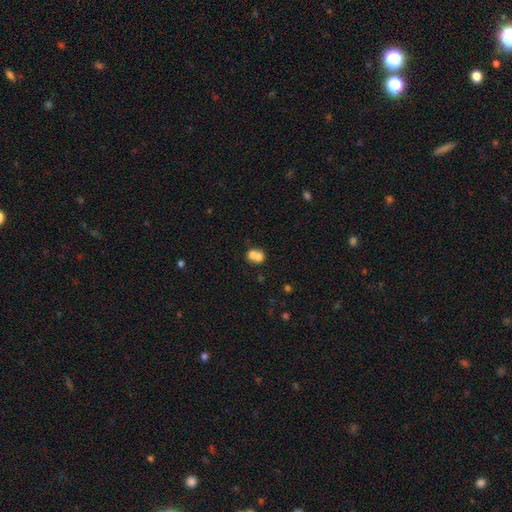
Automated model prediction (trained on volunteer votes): smooth 68%, featured or disk 21%, star or artifact 11%. Down the decision tree: how rounded — round (64%); merging — merger (67%).